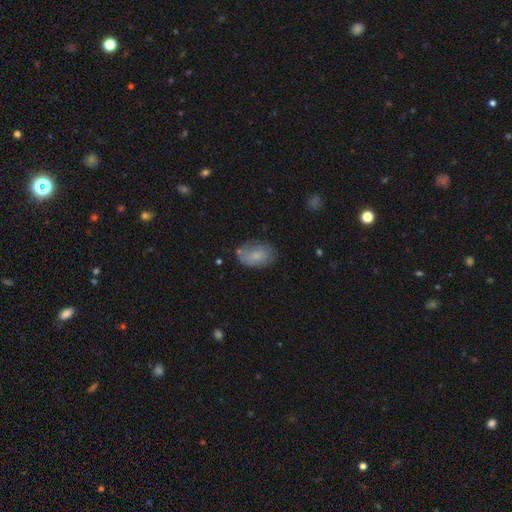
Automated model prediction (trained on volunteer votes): A smooth galaxy with no disk features (68%) that is in between round and cigar-shaped (87%).

Vote fractions:
- Smooth or featured? smooth: 68% / featured or disk: 25% / star or artifact: 8%
- How rounded? in between: 87% / round: 12% / cigar-shaped: 1%
- Merging? none: 64% / minor disturbance: 25% / major disturbance: 8% / merger: 3%